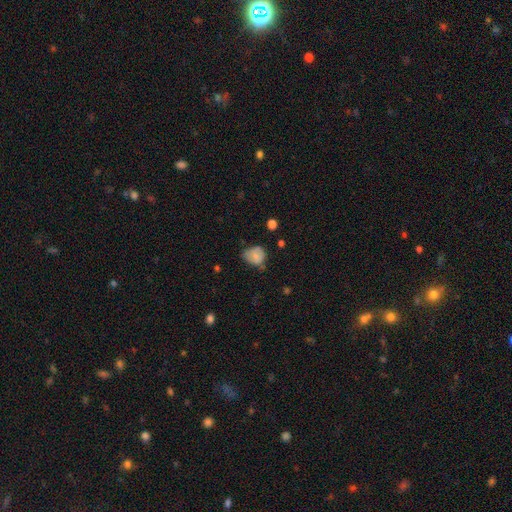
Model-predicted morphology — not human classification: Smooth or featured: smooth — 74% (featured or disk — 16%)
How rounded: round — 53% (in between — 46%)
Merging: minor disturbance — 43% (none — 40%)